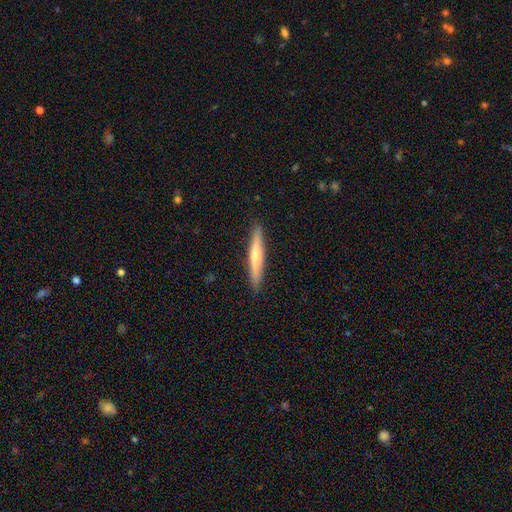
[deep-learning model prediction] Q: Smooth or featured?
A: smooth (53%); runner-up: featured or disk (42%)
Q: How rounded?
A: cigar-shaped (95%); runner-up: in between (4%)
Q: Merging?
A: none (91%); runner-up: minor disturbance (7%)